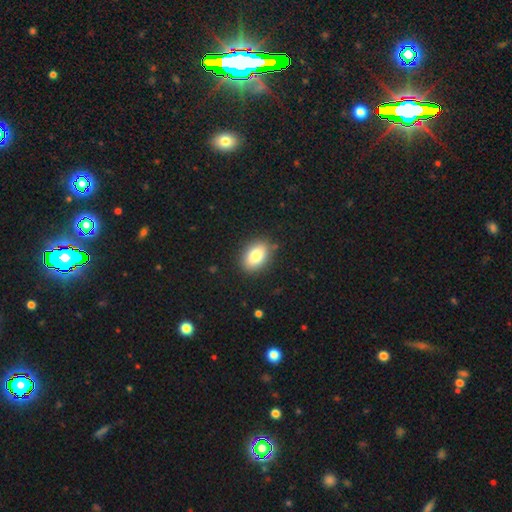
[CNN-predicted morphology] This is clearly a smooth galaxy (82%). How rounded: clearly in between (83%). Merging: clearly none (86%).